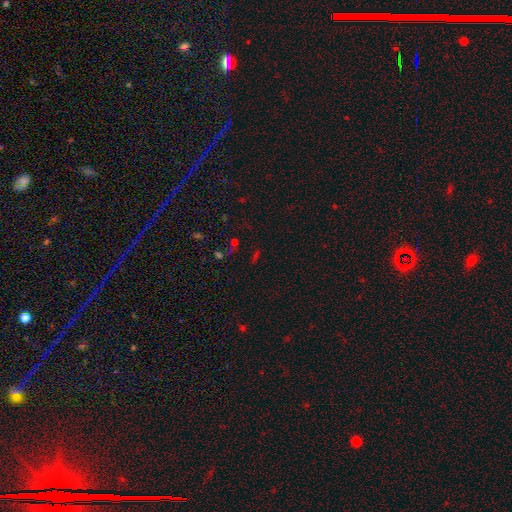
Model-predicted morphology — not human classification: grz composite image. It shows a star or artifact, not a galaxy (59%).